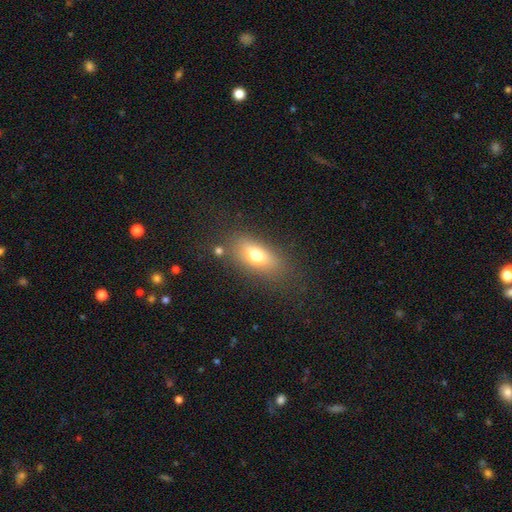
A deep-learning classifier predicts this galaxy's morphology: This appears to be a smooth galaxy with no disk features (71%) that is in between round and cigar-shaped (81%). Merging: none (74%).